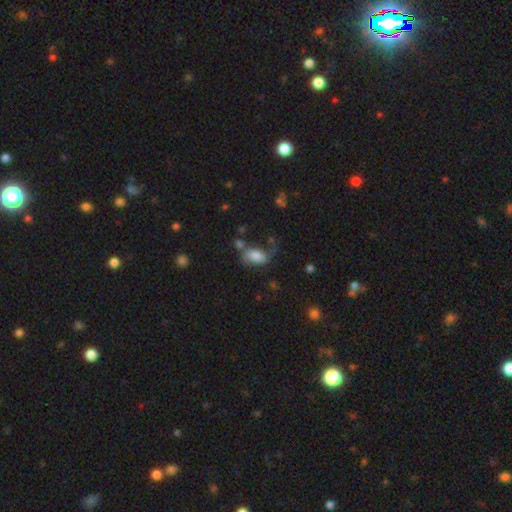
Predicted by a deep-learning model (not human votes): Smooth or featured?
  - smooth: 56% *
  - featured or disk: 34%
  - star or artifact: 10%
How rounded?
  - in between: 89% *
  - round: 8%
  - cigar-shaped: 3%
Merging?
  - none: 39% *
  - major disturbance: 26%
  - minor disturbance: 24%
  - merger: 11%